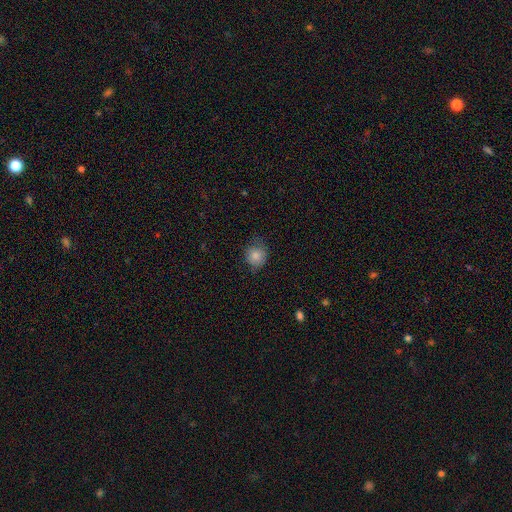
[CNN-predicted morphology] Smooth or featured? smooth (83%)
How rounded? round (79%)
Merging? none (66%)